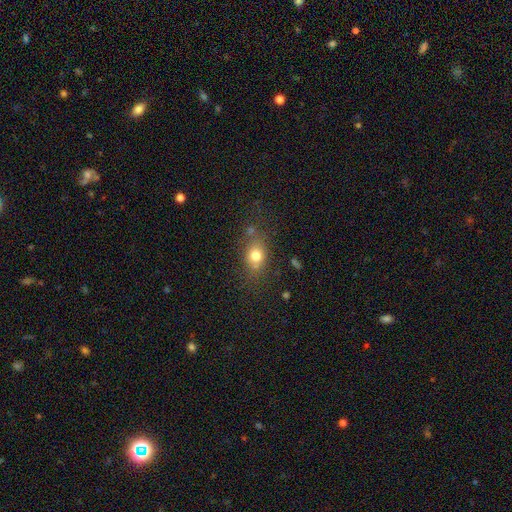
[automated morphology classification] smooth-or-featured: smooth: 75% | featured or disk: 13% | star or artifact: 12%
  how-rounded: in between: 62% | round: 34% | cigar-shaped: 3%
  merging: none: 67% | minor disturbance: 19% | major disturbance: 7% | merger: 7%